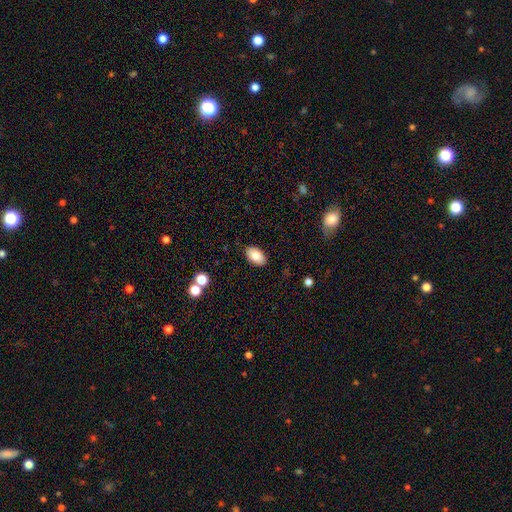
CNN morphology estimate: This appears to be a smooth galaxy with no disk features (85%) that is in between round and cigar-shaped (93%). Merging: none (87%).